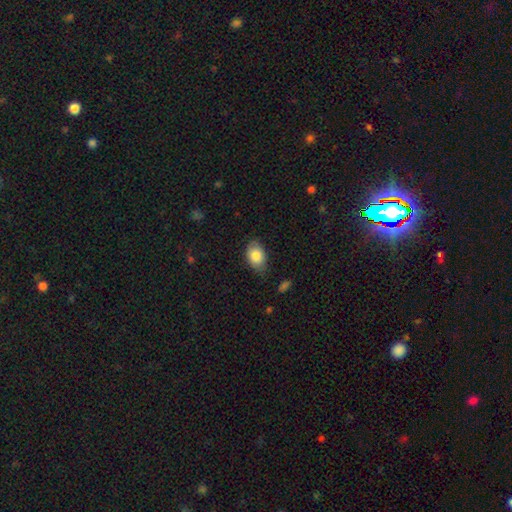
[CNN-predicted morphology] smooth 82%, featured or disk 10%, star or artifact 7%. Down the decision tree: how rounded — in between (86%); merging — none (74%).